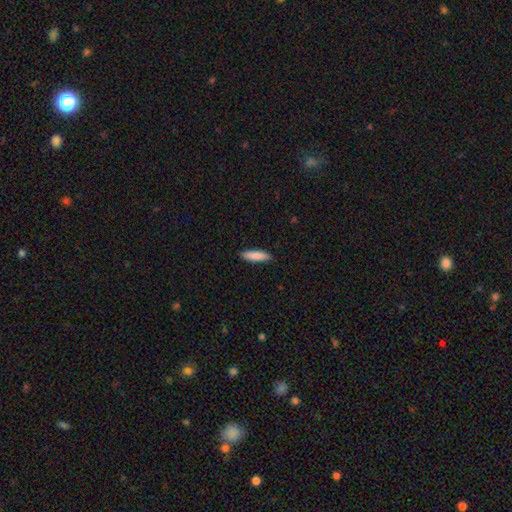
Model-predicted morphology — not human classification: type=smooth (86%); roundness=cigar-shaped (72%); merging=none (90%).